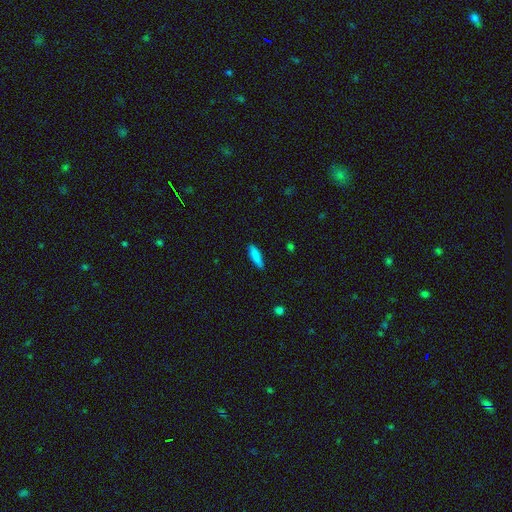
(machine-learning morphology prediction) This appears to be a smooth galaxy with no disk features (85%) that is cigar-shaped (59%). Merging: none (82%).